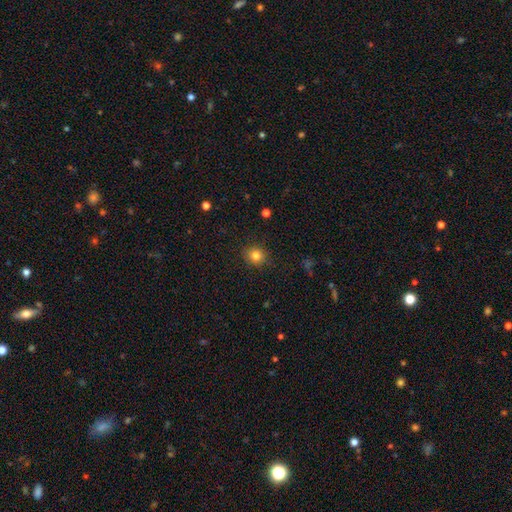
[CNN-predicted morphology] smooth-or-featured: smooth: 81% | star or artifact: 12% | featured or disk: 6%
  how-rounded: round: 85% | in between: 14% | cigar-shaped: 1%
  merging: none: 89% | minor disturbance: 7% | major disturbance: 2% | merger: 1%